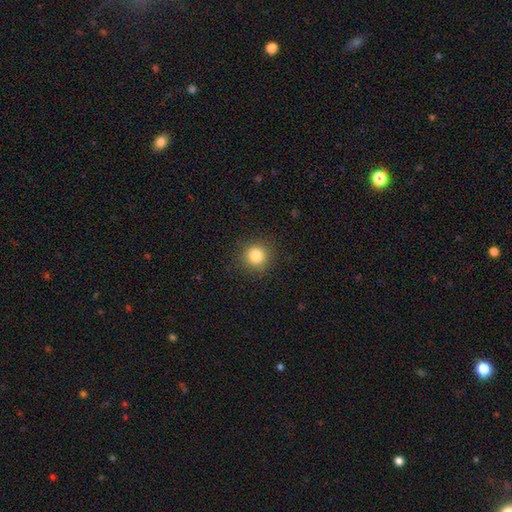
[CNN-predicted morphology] smooth 83%, star or artifact 11%, featured or disk 5%. Down the decision tree: how rounded — round (93%); merging — none (89%).